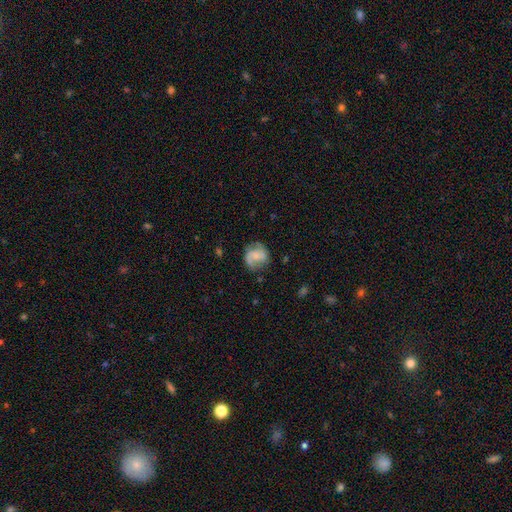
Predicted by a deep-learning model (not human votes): This appears to be a featured or disk galaxy (62%) with no bar (54%), 2 (81%) medium (47%) spiral arms (89%) and a small central bulge (35%). Merging: none (66%).